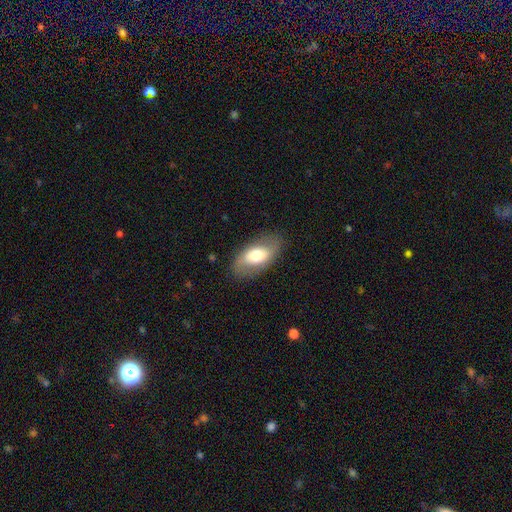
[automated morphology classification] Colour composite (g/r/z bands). It shows a smooth galaxy with no disk features (57%) that is in between round and cigar-shaped (91%). Merging: none (79%).